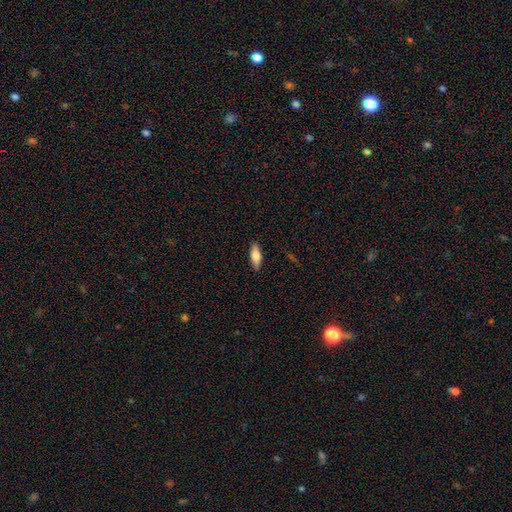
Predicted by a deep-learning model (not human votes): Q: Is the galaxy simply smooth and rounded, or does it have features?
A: smooth — 71%.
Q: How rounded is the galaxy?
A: in between — 59%.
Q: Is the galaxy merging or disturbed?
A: none — 87%.